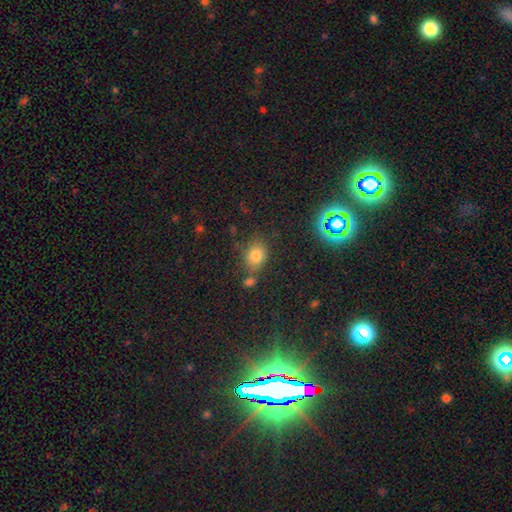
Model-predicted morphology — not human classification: smooth-or-featured: smooth: 76% | star or artifact: 15% | featured or disk: 8%
  how-rounded: in between: 55% | round: 44% | cigar-shaped: 2%
  merging: none: 66% | minor disturbance: 15% | merger: 14% | major disturbance: 5%